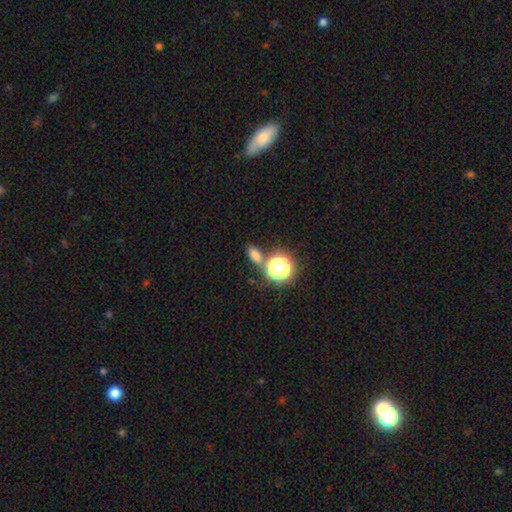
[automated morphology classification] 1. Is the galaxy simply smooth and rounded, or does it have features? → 71% smooth, 21% star or artifact, 7% featured or disk.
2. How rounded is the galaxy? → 64% in between, 31% round, 5% cigar-shaped.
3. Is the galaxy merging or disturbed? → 66% none, 18% merger, 11% minor disturbance, 5% major disturbance.